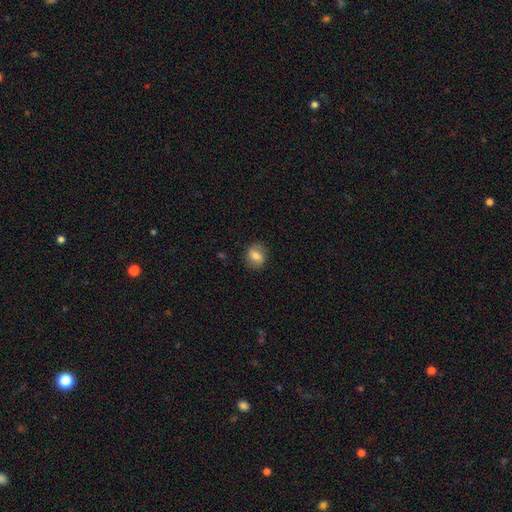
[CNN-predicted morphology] type=smooth (69%); roundness=round (60%); merging=none (83%).